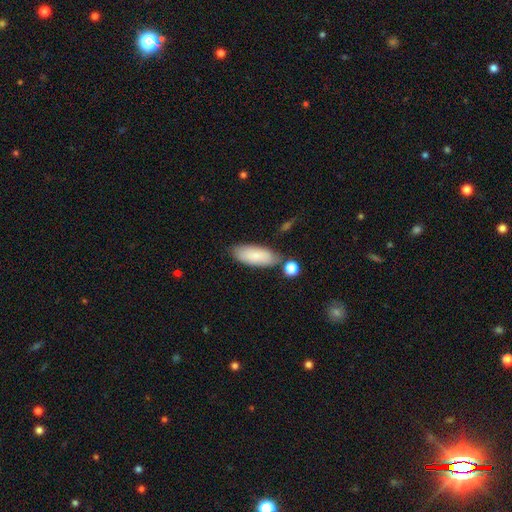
This is likely a smooth galaxy (79%). How rounded: clearly in between (81%). Merging: possibly none (57%).